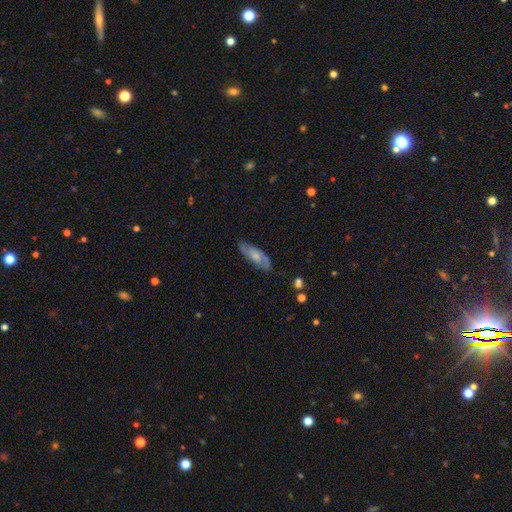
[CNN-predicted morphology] Smooth or featured: featured or disk — 47% (smooth — 46%)
Merging: none — 75% (minor disturbance — 18%)